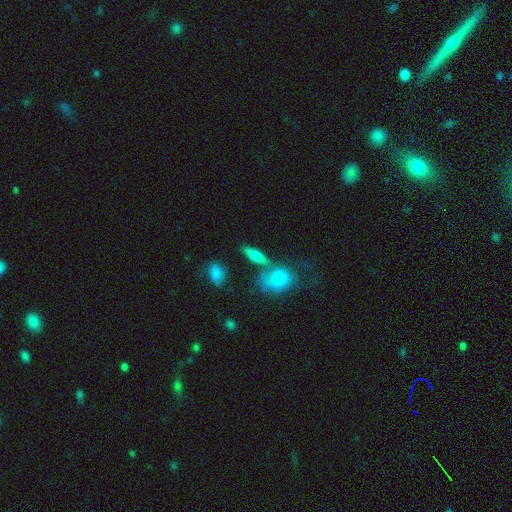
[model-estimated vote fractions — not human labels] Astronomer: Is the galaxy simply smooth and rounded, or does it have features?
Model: smooth — 68%.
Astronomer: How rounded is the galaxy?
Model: in between — 49% (runner-up: cigar-shaped, 42%).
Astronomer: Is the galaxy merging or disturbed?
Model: none — 55%.